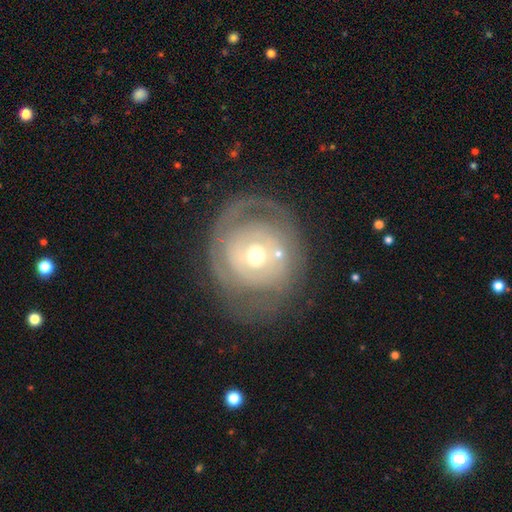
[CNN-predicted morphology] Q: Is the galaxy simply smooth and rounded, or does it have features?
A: featured or disk — 70%.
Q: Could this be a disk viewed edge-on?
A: no — 96%.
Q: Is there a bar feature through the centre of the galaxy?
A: no — 77%.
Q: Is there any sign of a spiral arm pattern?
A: yes — 60%.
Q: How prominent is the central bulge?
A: moderate — 57%.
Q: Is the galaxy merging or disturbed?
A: none — 62%.